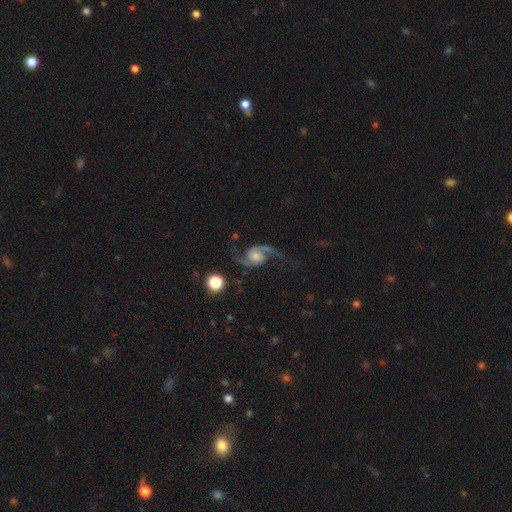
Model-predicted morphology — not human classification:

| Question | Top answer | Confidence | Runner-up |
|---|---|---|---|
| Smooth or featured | featured or disk | 90% | star or artifact (5%) |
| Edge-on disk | no | 98% | yes (2%) |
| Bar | no | 66% | weak (28%) |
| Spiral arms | yes | 98% | no (2%) |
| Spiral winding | loose | 60% | medium (34%) |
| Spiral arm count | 2 | 94% | 1 (2%) |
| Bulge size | moderate | 37% | small (31%) |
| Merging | none | 74% | minor disturbance (15%) |